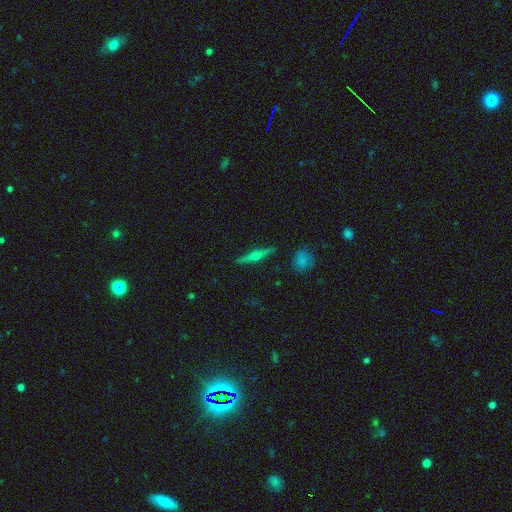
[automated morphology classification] Smooth or featured? Predicted: featured or disk (p=0.70). Edge-on disk? Predicted: yes (p=0.97). Edge-on bulge? Predicted: rounded (p=0.93). Merging? Predicted: none (p=0.90).